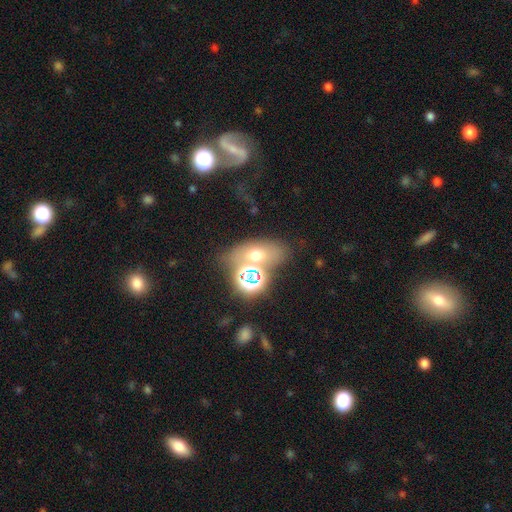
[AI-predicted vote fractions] Smooth or featured? smooth (53%)
How rounded? in between (68%)
Merging? none (53%)